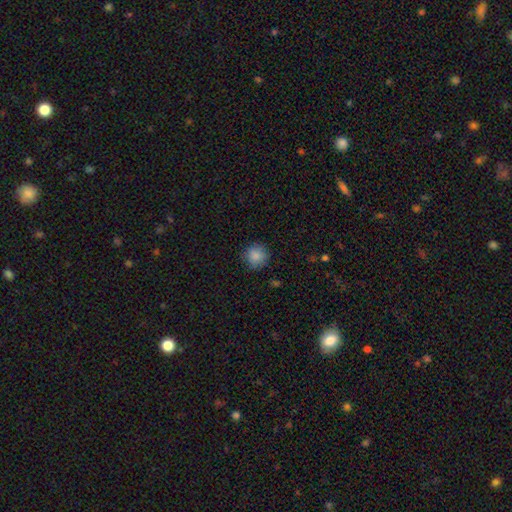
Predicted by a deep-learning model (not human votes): Morphology: type=smooth (86%); roundness=round (92%); merging=none (86%).